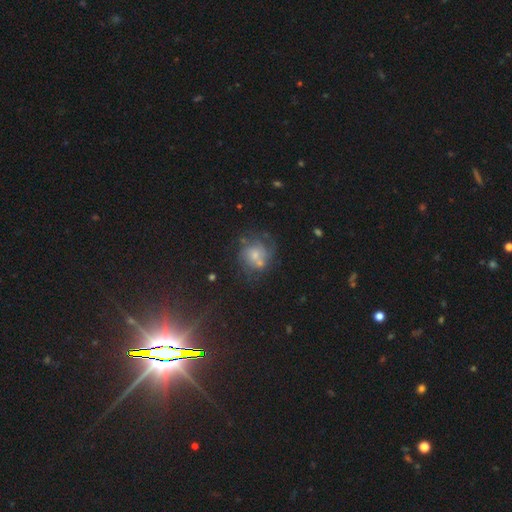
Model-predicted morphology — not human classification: Smooth or featured? Predicted: smooth (p=0.46). Merging? Predicted: none (p=0.48).